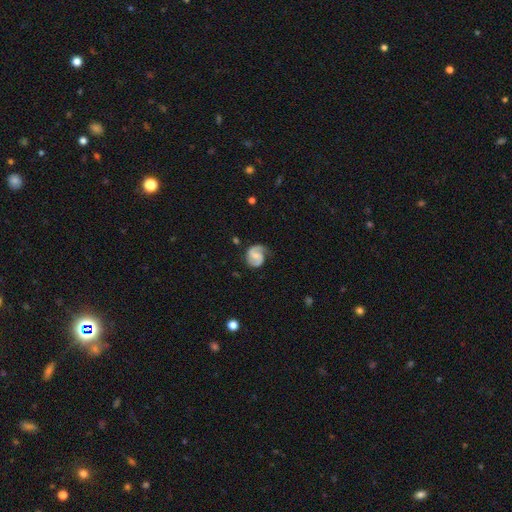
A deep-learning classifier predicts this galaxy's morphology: featured or disk 81%, smooth 13%, star or artifact 5%. Down the decision tree: edge-on disk — no (98%); bar — no (44%); spiral arms — yes (96%); spiral arm count — 2 (85%); spiral winding — medium (49%); bulge size — small (51%); merging — none (70%).